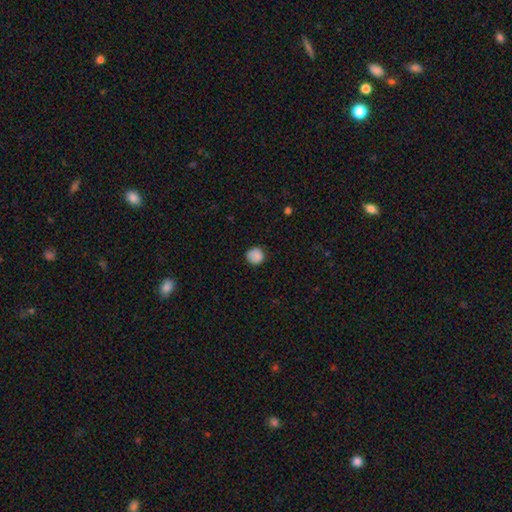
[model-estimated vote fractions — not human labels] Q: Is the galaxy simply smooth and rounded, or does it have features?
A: smooth — 86%.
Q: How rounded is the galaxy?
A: round — 91%.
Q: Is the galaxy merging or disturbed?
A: none — 81%.